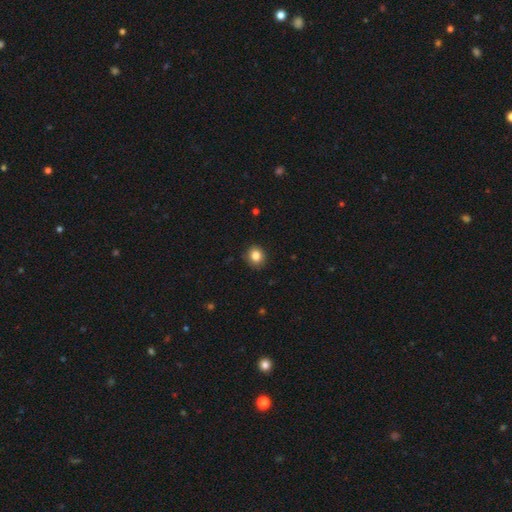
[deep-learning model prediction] Smooth or featured?
  - smooth: 84% *
  - star or artifact: 10%
  - featured or disk: 6%
How rounded?
  - round: 78% *
  - in between: 21%
  - cigar-shaped: 1%
Merging?
  - none: 89% *
  - minor disturbance: 8%
  - major disturbance: 2%
  - merger: 1%